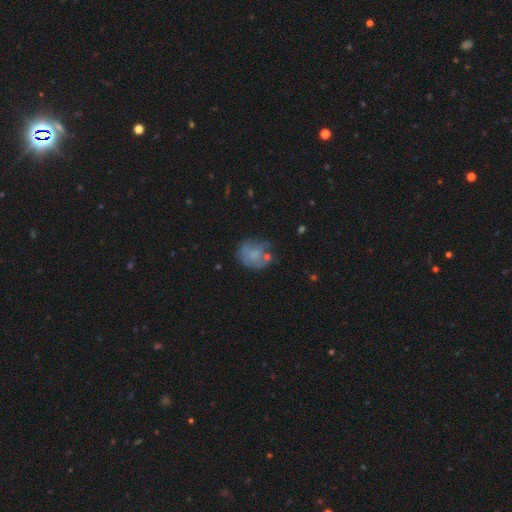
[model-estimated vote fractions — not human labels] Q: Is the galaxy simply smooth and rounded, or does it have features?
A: smooth — 42%.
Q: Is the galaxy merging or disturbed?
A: none — 59%.